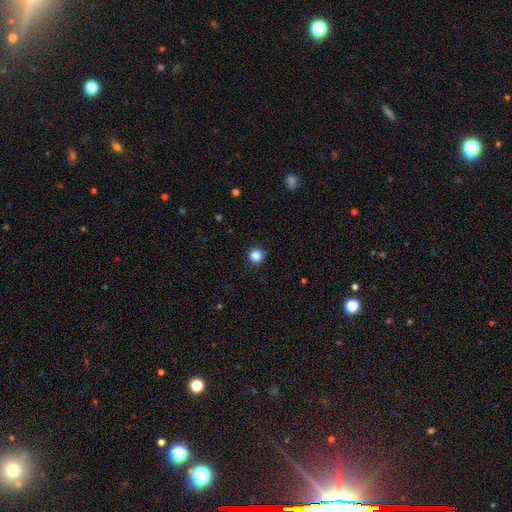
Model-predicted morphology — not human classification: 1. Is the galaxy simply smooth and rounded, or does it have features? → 84% smooth, 12% star or artifact, 4% featured or disk.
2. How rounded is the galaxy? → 94% round, 5% in between, 1% cigar-shaped.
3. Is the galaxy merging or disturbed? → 90% none, 6% minor disturbance, 2% major disturbance, 1% merger.